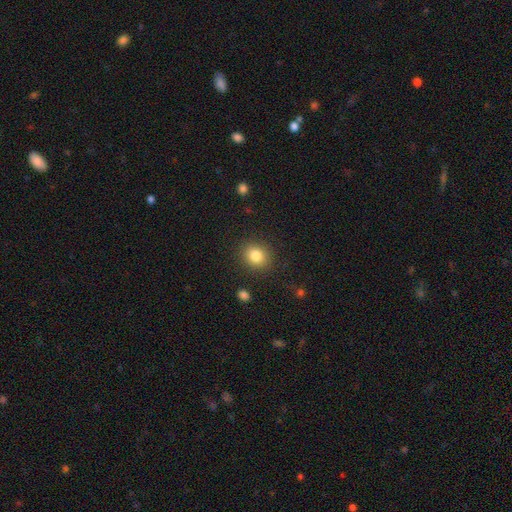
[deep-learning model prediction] A smooth galaxy with no disk features (83%) that is round (72%). Merging: none (88%).